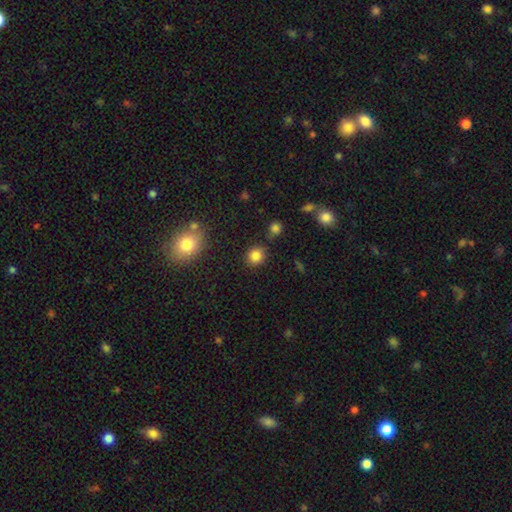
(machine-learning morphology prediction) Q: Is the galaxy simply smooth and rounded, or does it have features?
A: smooth — 84%.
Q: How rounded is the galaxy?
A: round — 81%.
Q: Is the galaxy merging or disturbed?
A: none — 82%.